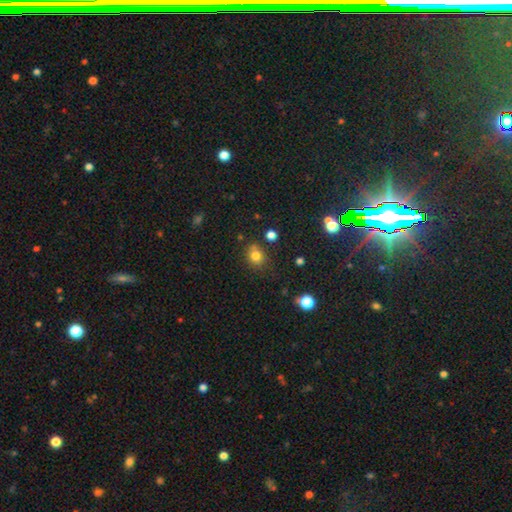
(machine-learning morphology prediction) Overall: smooth (79%). How rounded: round (70%). Merging: none (71%).